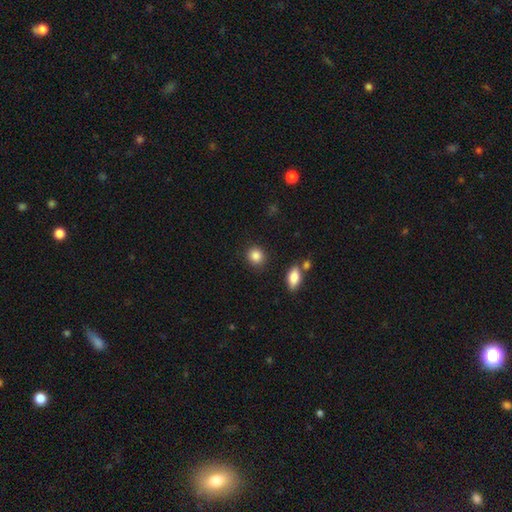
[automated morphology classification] Smooth or featured? smooth (87%)
How rounded? round (83%)
Merging? none (87%)